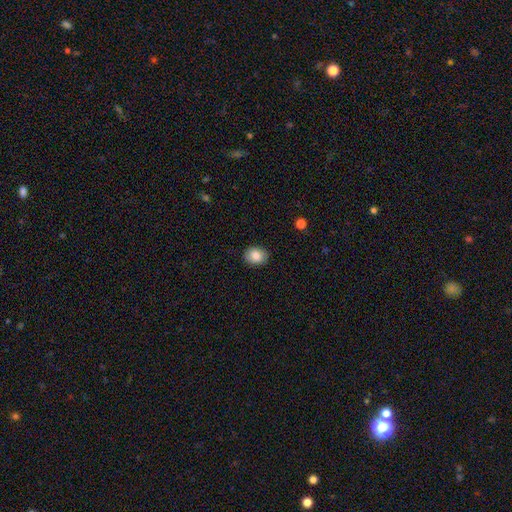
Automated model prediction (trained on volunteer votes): Morphology: type=smooth (84%); roundness=in between (55%); merging=none (88%).